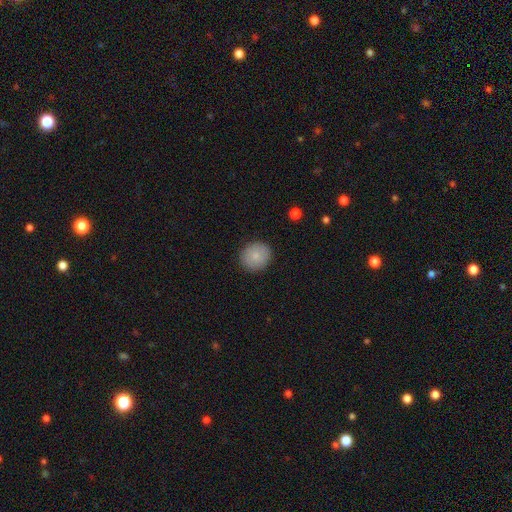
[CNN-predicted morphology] Smooth or featured? Predicted: smooth (p=0.84). How rounded? Predicted: round (p=0.83). Merging? Predicted: none (p=0.89).